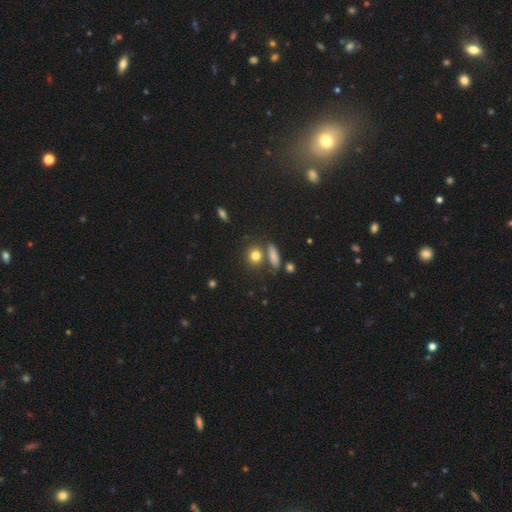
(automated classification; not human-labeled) Overall: smooth (80%). How rounded: round (69%). Merging: none (69%).